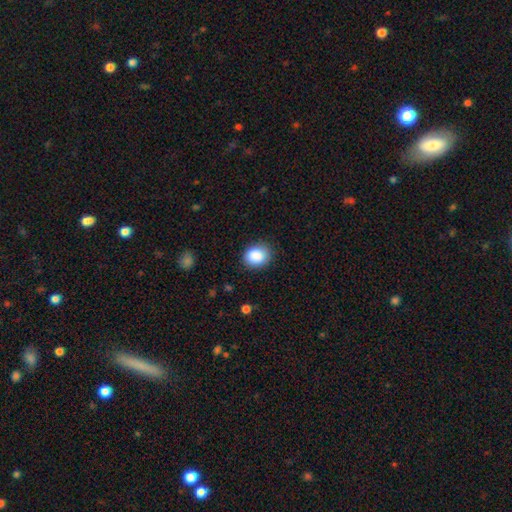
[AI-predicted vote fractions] Smooth or featured?
  - smooth: 89% *
  - star or artifact: 8%
  - featured or disk: 4%
How rounded?
  - round: 55% *
  - in between: 44%
  - cigar-shaped: 1%
Merging?
  - none: 85% *
  - minor disturbance: 11%
  - major disturbance: 3%
  - merger: 1%